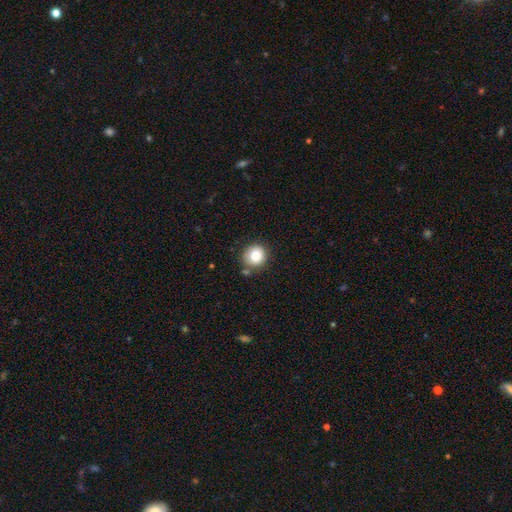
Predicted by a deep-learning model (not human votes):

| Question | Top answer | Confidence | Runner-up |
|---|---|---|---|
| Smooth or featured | smooth | 84% | star or artifact (10%) |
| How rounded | round | 89% | in between (10%) |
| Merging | none | 77% | minor disturbance (13%) |